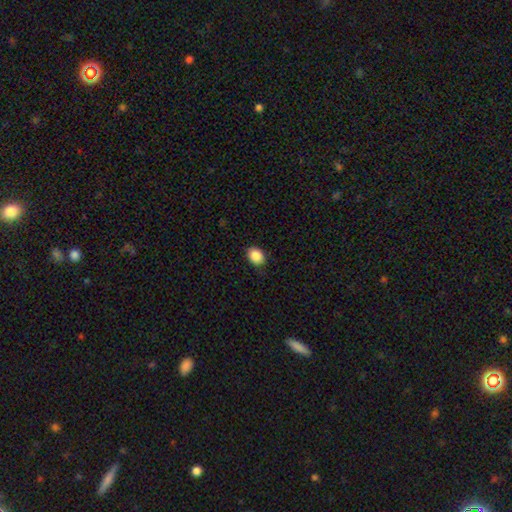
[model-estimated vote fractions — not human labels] The model was most divided on "how rounded": in between: 62%, round: 38%, cigar-shaped: 1%. More confident: smooth or featured — smooth (87%); merging — none (84%).